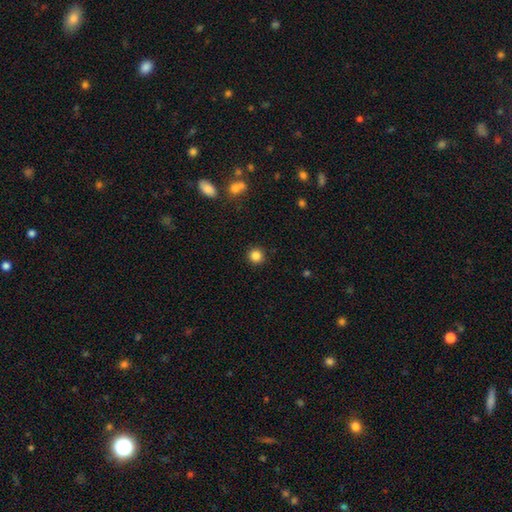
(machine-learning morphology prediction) A smooth galaxy with no disk features (85%) that is round (94%). Merging: none (92%).